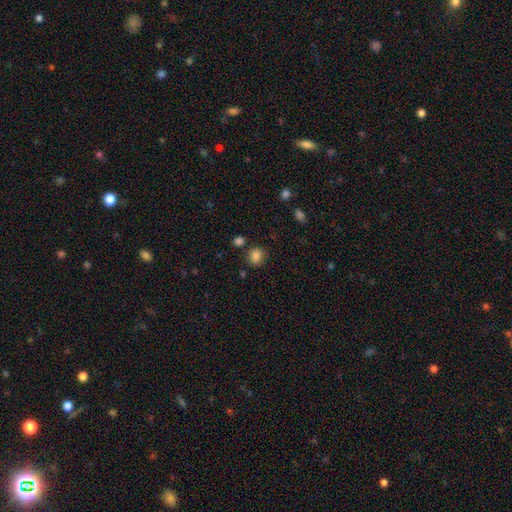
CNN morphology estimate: This appears to be a smooth galaxy with no disk features (85%) that is round (62%). Merging: none (79%).